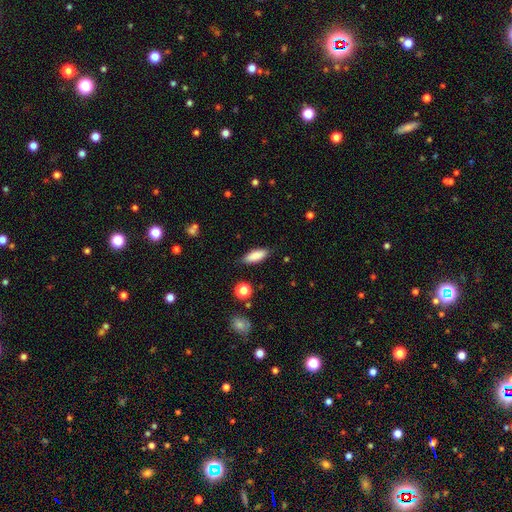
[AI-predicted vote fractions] This is clearly a smooth galaxy (85%). How rounded: likely in between (63%). Merging: clearly none (83%).